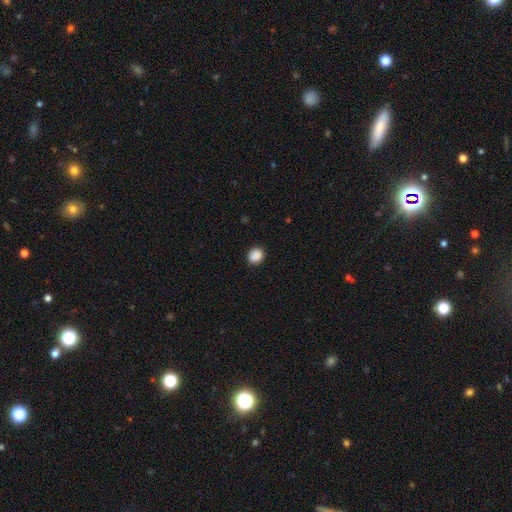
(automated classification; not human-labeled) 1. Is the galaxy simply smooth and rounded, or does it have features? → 89% smooth, 9% star or artifact, 2% featured or disk.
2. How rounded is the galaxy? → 74% round, 25% in between, 1% cigar-shaped.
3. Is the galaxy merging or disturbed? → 89% none, 8% minor disturbance, 2% major disturbance, 1% merger.